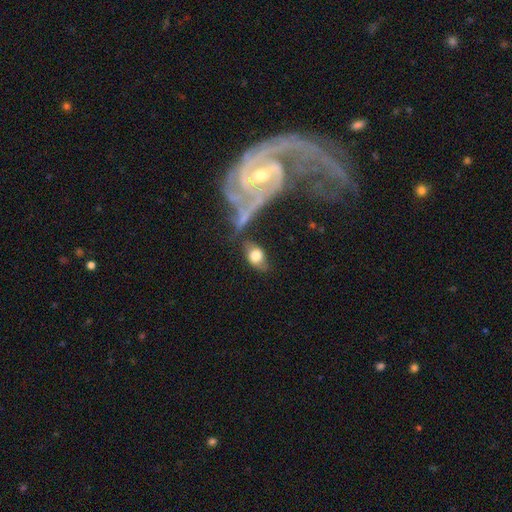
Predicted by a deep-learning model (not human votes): smooth_or_featured: smooth (p=0.66) [alt: featured or disk p=0.27]
how_rounded: in between (p=0.81) [alt: round p=0.16]
merging: none (p=0.55) [alt: minor disturbance p=0.21]